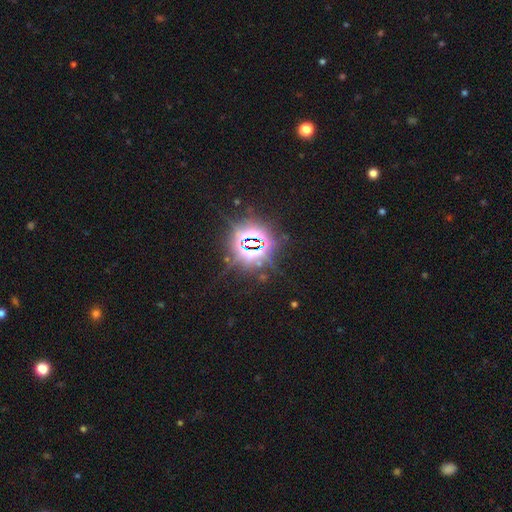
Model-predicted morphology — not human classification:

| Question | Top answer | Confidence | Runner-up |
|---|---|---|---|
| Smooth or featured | star or artifact | 85% | featured or disk (8%) |